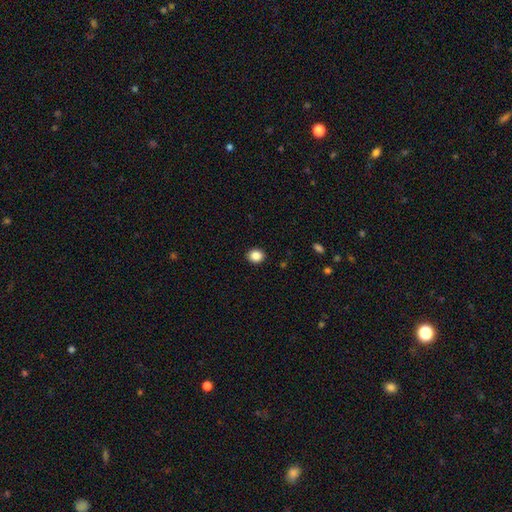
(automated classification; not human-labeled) This is clearly a smooth galaxy (87%). How rounded: likely round (72%). Merging: clearly none (91%).